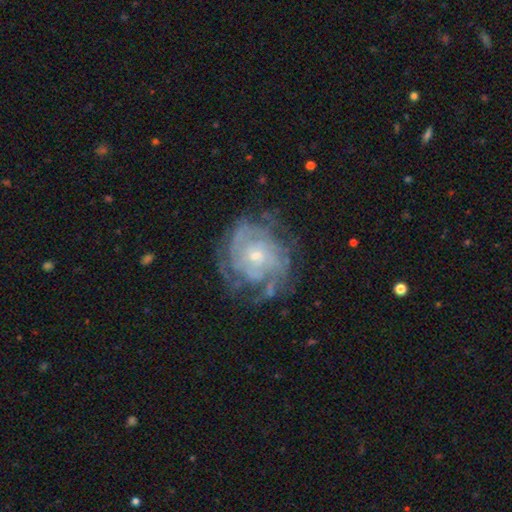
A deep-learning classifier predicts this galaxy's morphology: type=featured or disk (82%); edge-on=no (97%); bar=no (77%); spiral arms=yes (86%); winding=tight (65%); arm count=can't tell (47%); bulge=small (67%); merging=none (63%).